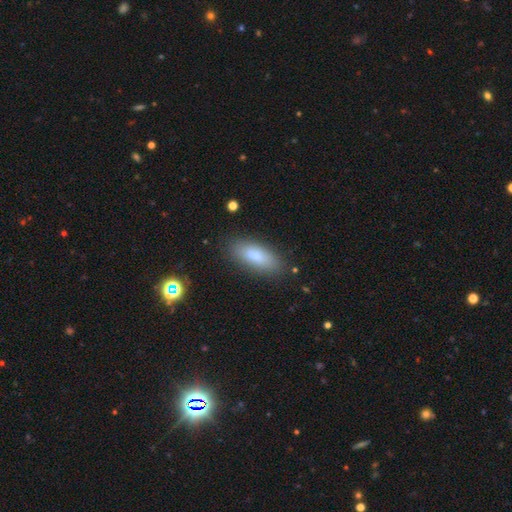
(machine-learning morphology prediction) Smooth or featured? smooth (82%)
How rounded? in between (71%)
Merging? none (84%)